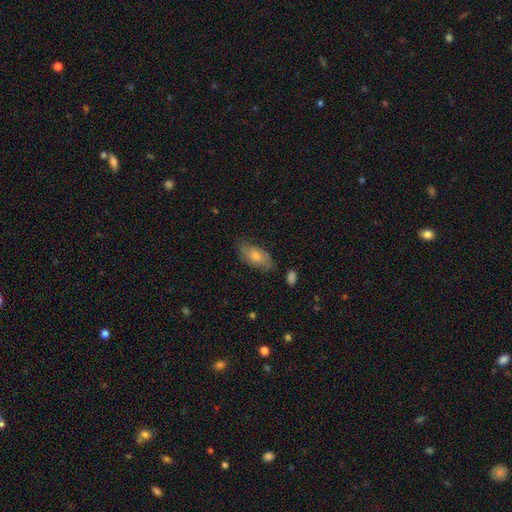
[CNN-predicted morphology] smooth_or_featured: smooth (p=0.56) [alt: featured or disk p=0.34]
how_rounded: in between (p=0.86) [alt: cigar-shaped p=0.09]
merging: none (p=0.75) [alt: minor disturbance p=0.18]